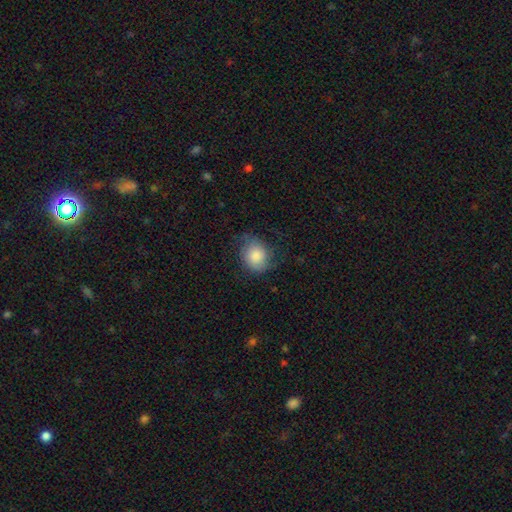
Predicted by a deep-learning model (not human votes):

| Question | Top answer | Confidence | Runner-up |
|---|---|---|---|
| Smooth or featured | smooth | 73% | featured or disk (19%) |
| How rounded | round | 65% | in between (34%) |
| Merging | none | 62% | minor disturbance (26%) |